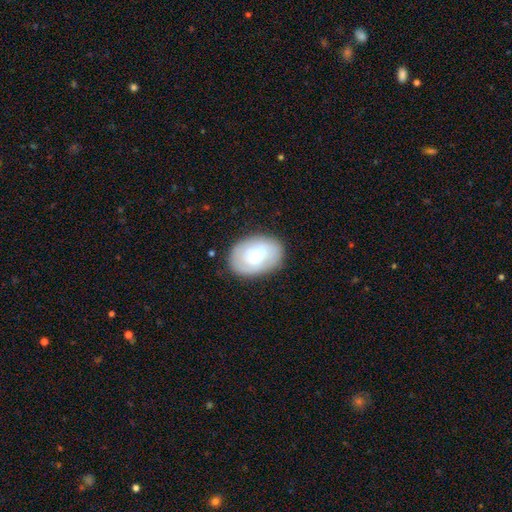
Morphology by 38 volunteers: A smooth galaxy with no disk features (53%) that is in between round and cigar-shaped (90%).

Vote fractions:
- Smooth or featured? smooth: 53% / featured or disk: 37% / star or artifact: 11%
- How rounded? in between: 90% / round: 10% / cigar-shaped: 0%
- Merging? none: 76% / minor disturbance: 15% / major disturbance: 6% / merger: 3%